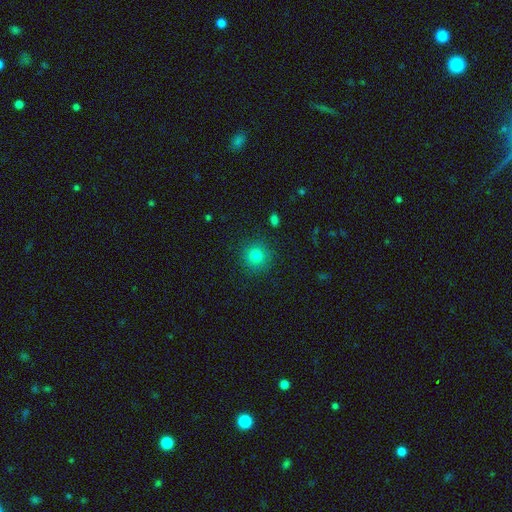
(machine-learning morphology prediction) Smooth or featured?
  - smooth: 80% *
  - star or artifact: 13%
  - featured or disk: 7%
How rounded?
  - round: 94% *
  - in between: 5%
  - cigar-shaped: 1%
Merging?
  - none: 90% *
  - minor disturbance: 7%
  - major disturbance: 2%
  - merger: 1%